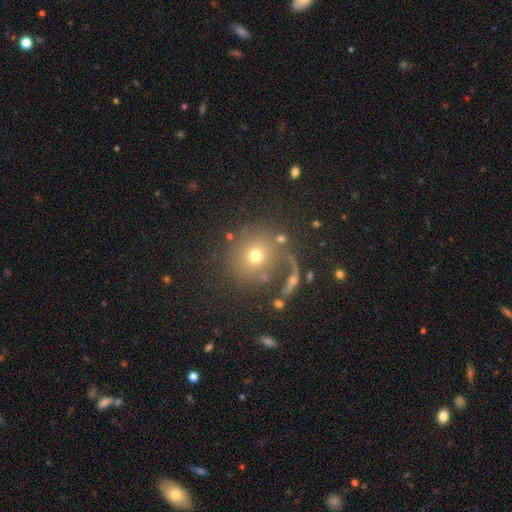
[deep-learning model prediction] Overall: smooth (66%). How rounded: round (90%). Merging: none (69%).